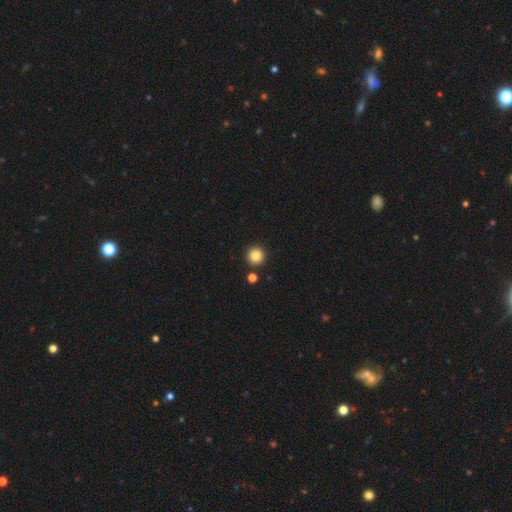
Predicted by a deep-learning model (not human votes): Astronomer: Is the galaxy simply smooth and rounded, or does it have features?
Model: smooth — 86%.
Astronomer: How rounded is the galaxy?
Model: round — 96%.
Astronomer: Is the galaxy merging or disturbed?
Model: none — 89%.